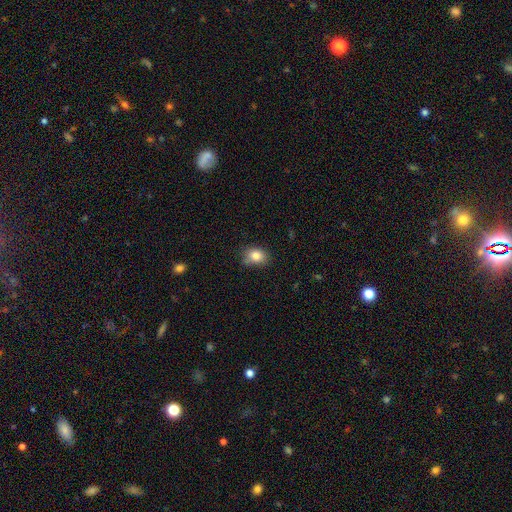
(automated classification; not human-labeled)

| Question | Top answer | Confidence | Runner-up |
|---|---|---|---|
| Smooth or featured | smooth | 83% | star or artifact (10%) |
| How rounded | in between | 62% | round (37%) |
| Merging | none | 70% | minor disturbance (23%) |